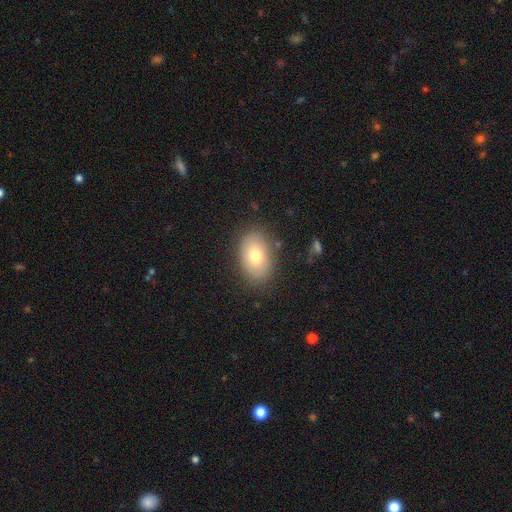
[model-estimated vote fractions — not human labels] Overall: smooth (73%). How rounded: in between (88%). Merging: none (84%).